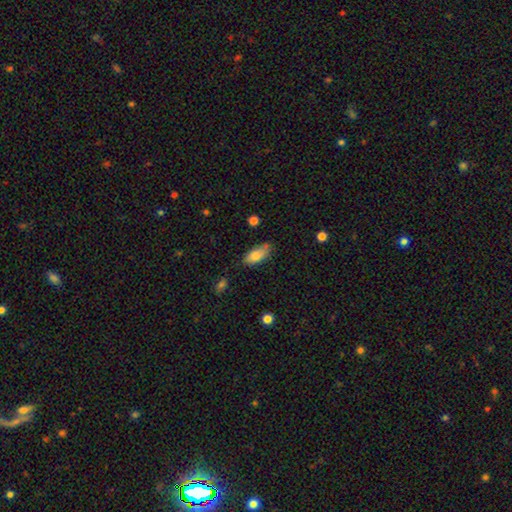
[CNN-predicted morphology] Smooth or featured? smooth (77%)
How rounded? in between (86%)
Merging? none (65%)